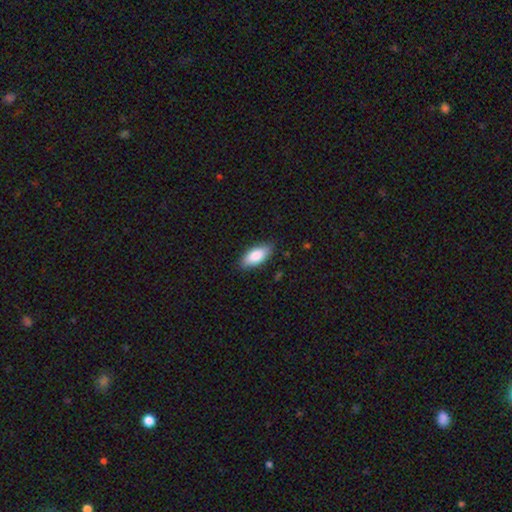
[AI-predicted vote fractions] This is clearly a smooth galaxy (84%). How rounded: clearly in between (88%). Merging: clearly none (85%).